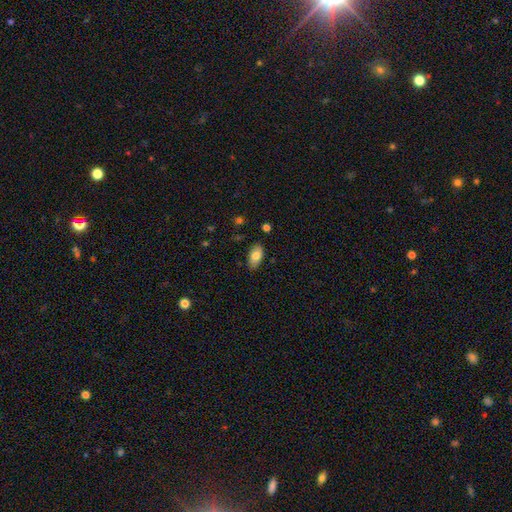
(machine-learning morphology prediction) Smooth or featured? Predicted: smooth (p=0.80). How rounded? Predicted: in between (p=0.93). Merging? Predicted: none (p=0.84).